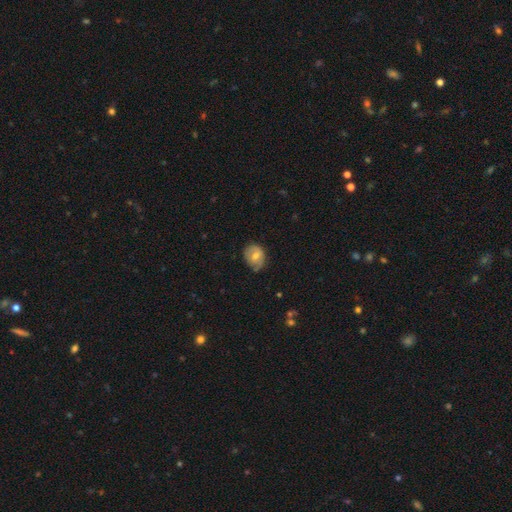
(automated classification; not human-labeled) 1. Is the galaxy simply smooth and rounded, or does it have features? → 58% smooth, 34% featured or disk, 8% star or artifact.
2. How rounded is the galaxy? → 50% in between, 49% round, 1% cigar-shaped.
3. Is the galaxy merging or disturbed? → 61% none, 30% minor disturbance, 7% major disturbance, 2% merger.